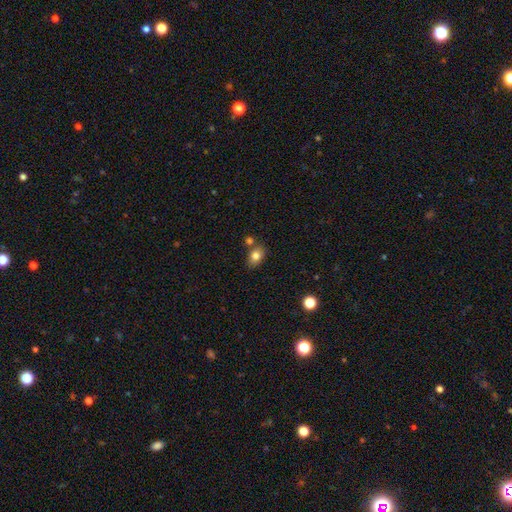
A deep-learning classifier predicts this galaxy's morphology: This appears to be a smooth galaxy with no disk features (80%) that is in between round and cigar-shaped (71%). Merging: none (69%).